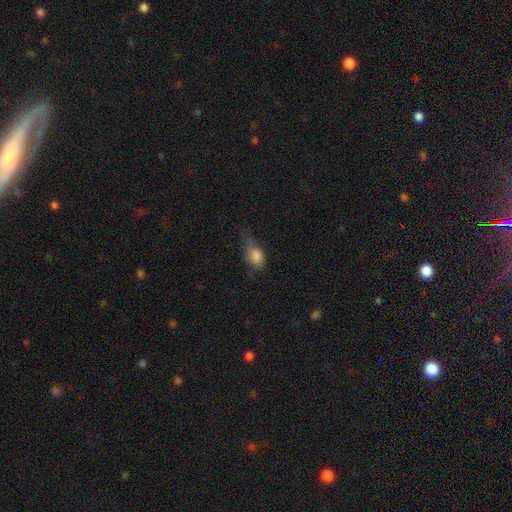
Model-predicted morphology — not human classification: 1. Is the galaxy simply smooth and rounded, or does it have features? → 79% smooth, 12% featured or disk, 9% star or artifact.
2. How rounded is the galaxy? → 80% in between, 15% round, 5% cigar-shaped.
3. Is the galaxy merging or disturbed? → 39% minor disturbance, 32% major disturbance, 26% none, 3% merger.